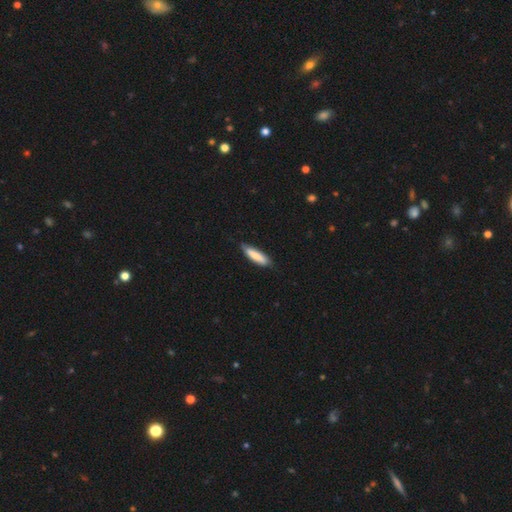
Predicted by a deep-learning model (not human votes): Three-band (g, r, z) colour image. It shows a smooth galaxy with no disk features (80%) that is cigar-shaped (67%). Merging: none (78%).